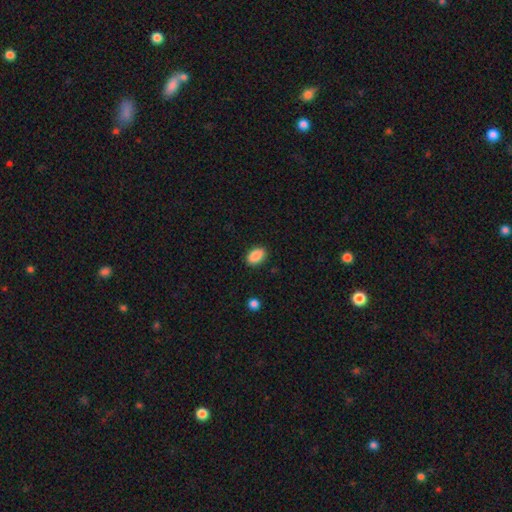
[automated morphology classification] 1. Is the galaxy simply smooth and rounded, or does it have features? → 90% smooth, 7% star or artifact, 3% featured or disk.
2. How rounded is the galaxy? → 89% in between, 9% round, 1% cigar-shaped.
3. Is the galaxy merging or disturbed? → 88% none, 8% minor disturbance, 2% major disturbance, 1% merger.